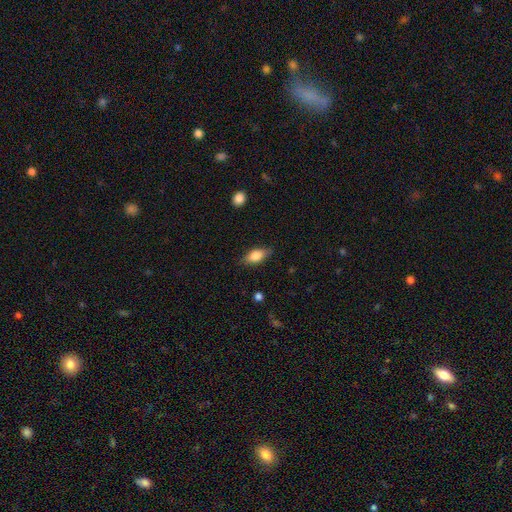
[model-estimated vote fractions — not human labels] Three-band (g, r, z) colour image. It shows a smooth galaxy with no disk features (77%) that is in between round and cigar-shaped (84%). Merging: none (82%).